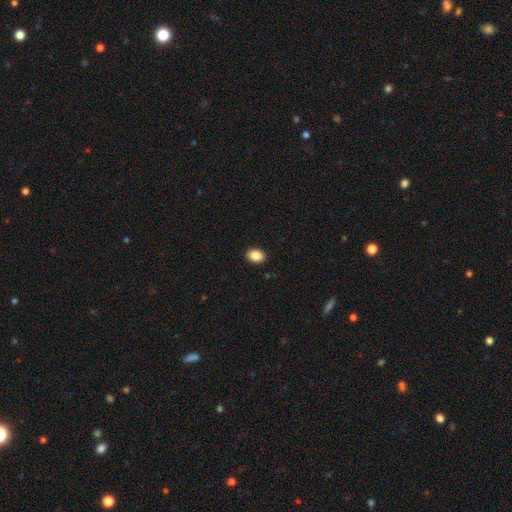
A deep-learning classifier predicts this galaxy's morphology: The model was most divided on "how rounded": in between: 74%, round: 25%, cigar-shaped: 1%. More confident: merging — none (91%); smooth or featured — smooth (87%).